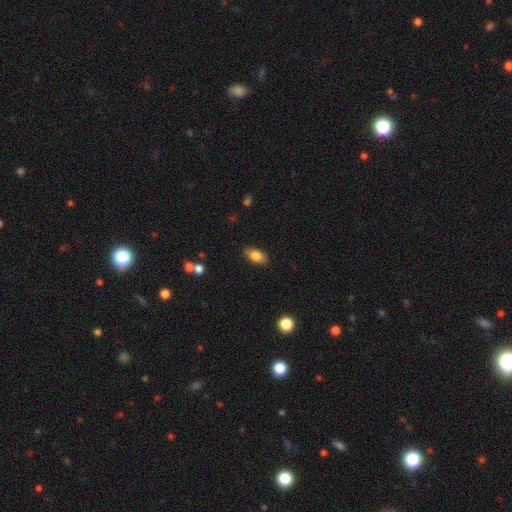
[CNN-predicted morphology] smooth-or-featured: smooth: 82% | featured or disk: 11% | star or artifact: 8%
  how-rounded: in between: 88% | round: 7% | cigar-shaped: 5%
  merging: none: 85% | minor disturbance: 11% | major disturbance: 3% | merger: 1%